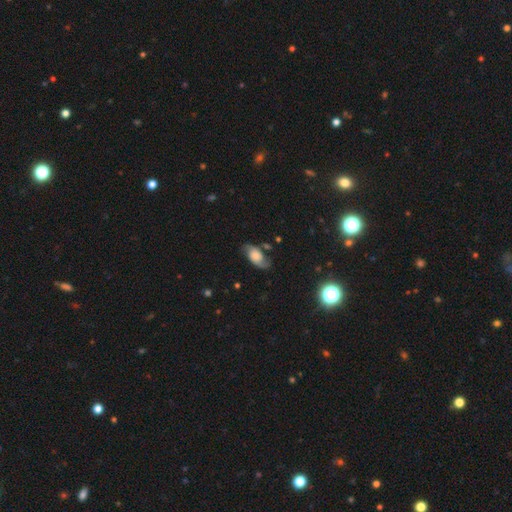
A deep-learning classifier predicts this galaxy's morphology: This is likely a featured or disk galaxy (63%). It is clearly not viewed edge-on (94%). Bar: likely no (67%). Spiral arm pattern: clearly yes (92%). Spiral arm count: clearly 2 (86%). Spiral winding: marginally loose (42%). Central bulge: marginally large (28%). Merging: likely none (68%).